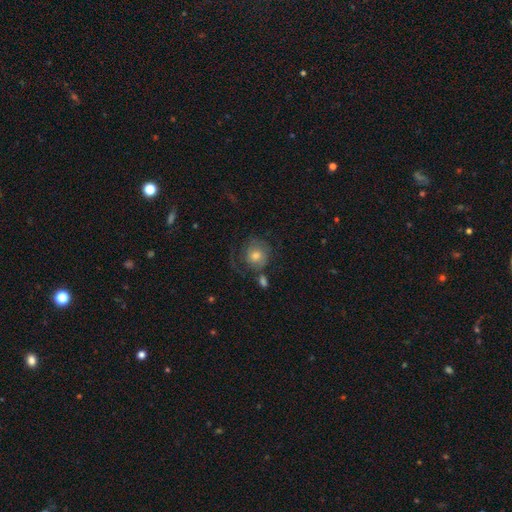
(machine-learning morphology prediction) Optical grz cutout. It shows a smooth galaxy with no disk features (50%) that is round (85%). Merging: none (52%).